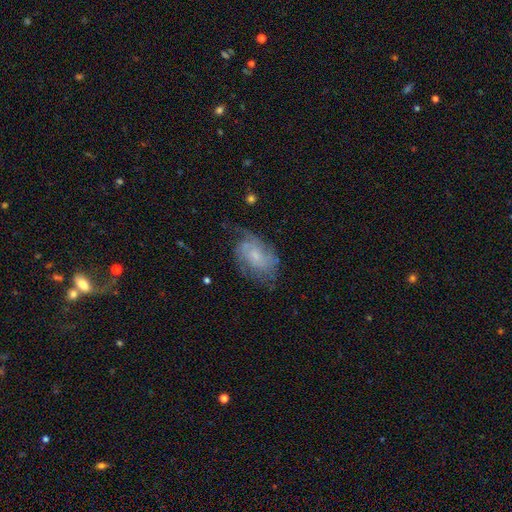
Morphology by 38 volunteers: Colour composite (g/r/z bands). It shows a featured or disk galaxy (71%) with no bar (70%), tight (40%, tied with medium) spiral arms (93%) and a small central bulge (56%). Merging: none (46%).